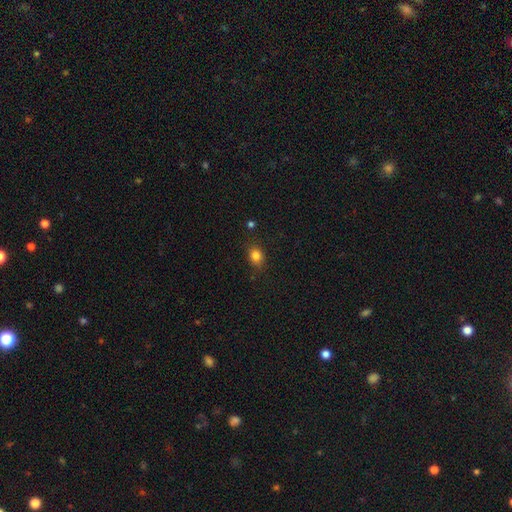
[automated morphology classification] Smooth or featured? Predicted: smooth (p=0.82). How rounded? Predicted: in between (p=0.50). Merging? Predicted: none (p=0.81).